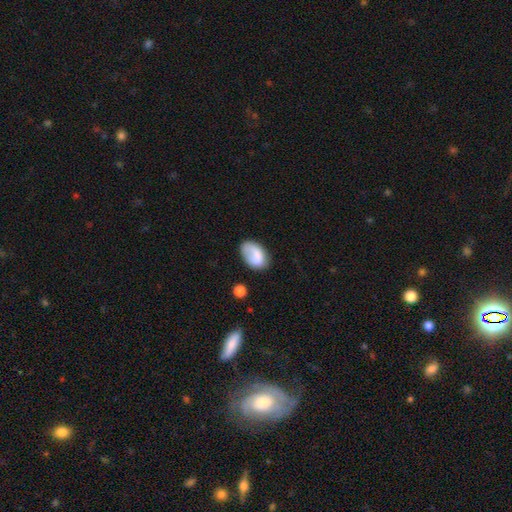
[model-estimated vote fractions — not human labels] Smooth or featured?
  - smooth: 78% *
  - featured or disk: 15%
  - star or artifact: 7%
How rounded?
  - in between: 89% *
  - round: 10%
  - cigar-shaped: 1%
Merging?
  - none: 58% *
  - minor disturbance: 26%
  - major disturbance: 12%
  - merger: 5%